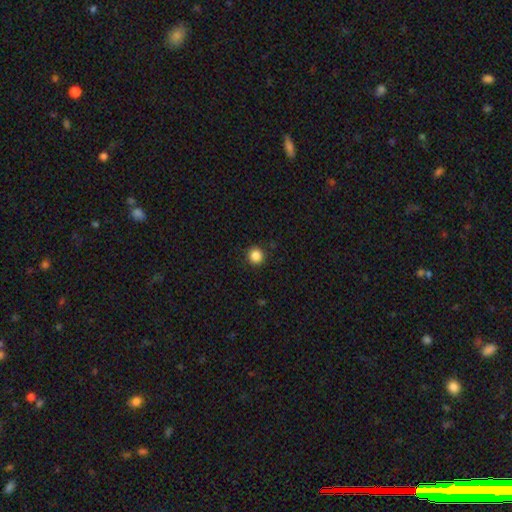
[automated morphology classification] Smooth or featured?
  - smooth: 87% *
  - star or artifact: 11%
  - featured or disk: 3%
How rounded?
  - round: 94% *
  - in between: 5%
  - cigar-shaped: 1%
Merging?
  - none: 92% *
  - minor disturbance: 5%
  - major disturbance: 2%
  - merger: 1%